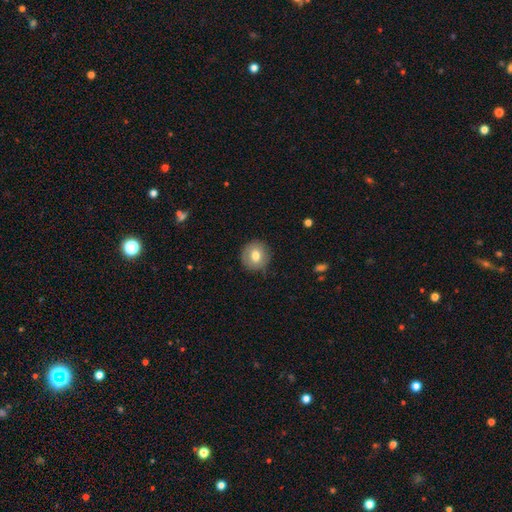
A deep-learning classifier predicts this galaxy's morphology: Overall: smooth (74%). How rounded: round (90%). Merging: none (86%).